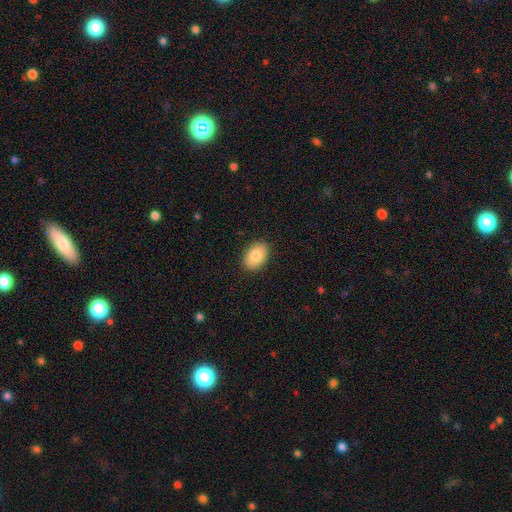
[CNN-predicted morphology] This is clearly a smooth galaxy (84%). How rounded: clearly in between (85%). Merging: clearly none (89%).